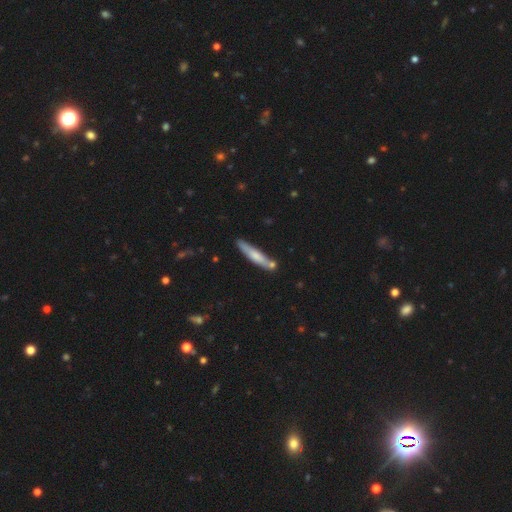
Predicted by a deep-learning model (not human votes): smooth-or-featured: smooth: 61% | featured or disk: 34% | star or artifact: 5%
  how-rounded: cigar-shaped: 91% | in between: 8% | round: 1%
  merging: none: 77% | minor disturbance: 13% | merger: 8% | major disturbance: 2%